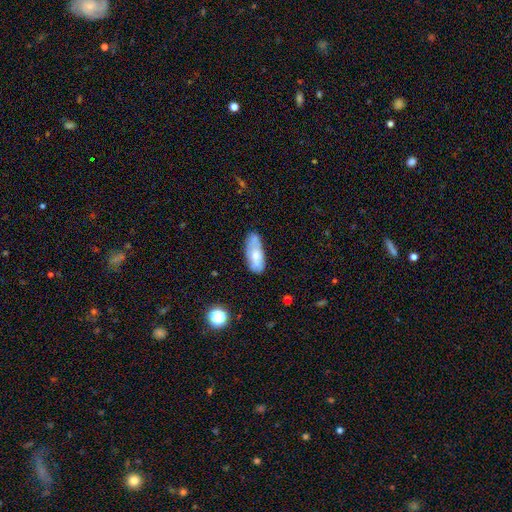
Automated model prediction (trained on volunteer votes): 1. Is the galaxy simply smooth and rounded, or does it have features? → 60% smooth, 32% featured or disk, 7% star or artifact.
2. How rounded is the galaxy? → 81% in between, 17% cigar-shaped, 2% round.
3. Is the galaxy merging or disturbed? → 58% none, 28% minor disturbance, 8% major disturbance, 5% merger.